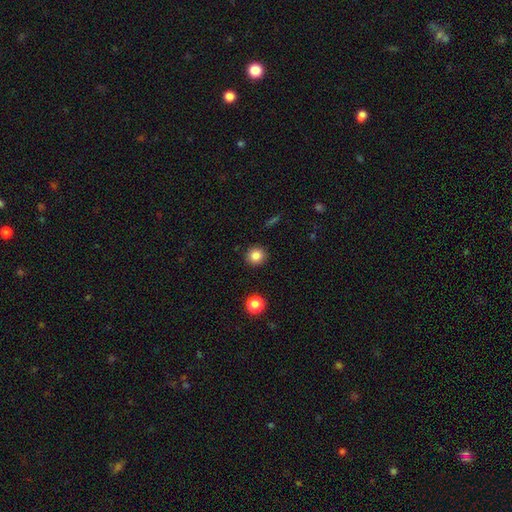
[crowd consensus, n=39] smooth-or-featured: smooth: 90% | star or artifact: 8% | featured or disk: 3%
  how-rounded: round: 97% | in between: 3% | cigar-shaped: 0%
  merging: none: 94% | major disturbance: 3% | merger: 3% | minor disturbance: 0%